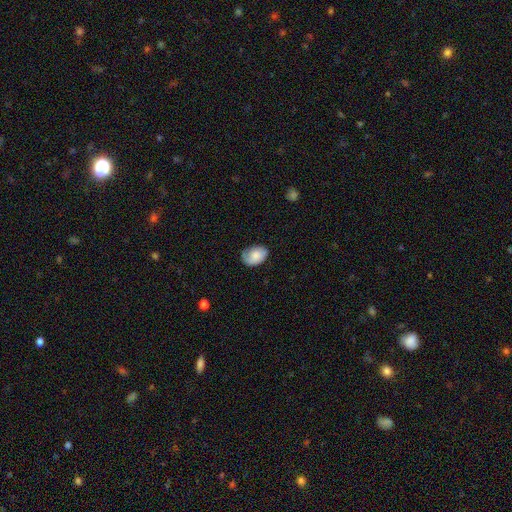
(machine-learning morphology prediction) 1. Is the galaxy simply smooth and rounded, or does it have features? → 68% smooth, 25% featured or disk, 7% star or artifact.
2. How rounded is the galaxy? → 80% in between, 19% round, 1% cigar-shaped.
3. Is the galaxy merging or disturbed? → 62% none, 27% minor disturbance, 9% major disturbance, 1% merger.